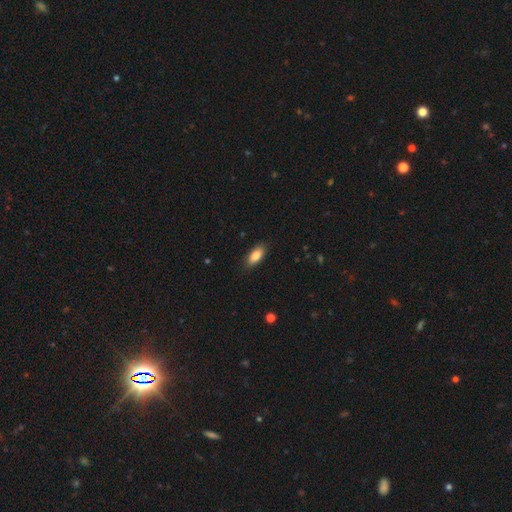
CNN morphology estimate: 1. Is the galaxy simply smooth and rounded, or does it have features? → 85% smooth, 8% featured or disk, 7% star or artifact.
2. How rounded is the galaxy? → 86% in between, 11% cigar-shaped, 2% round.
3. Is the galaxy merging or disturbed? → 87% none, 10% minor disturbance, 2% major disturbance, 1% merger.